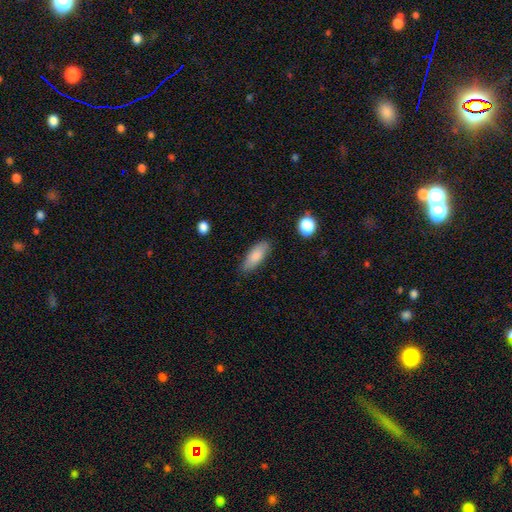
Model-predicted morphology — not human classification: Smooth or featured? smooth (82%)
How rounded? in between (71%)
Merging? none (83%)